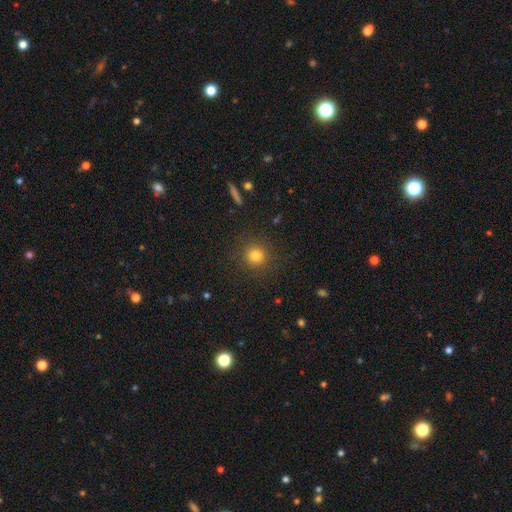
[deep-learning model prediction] This appears to be a smooth galaxy with no disk features (80%) that is round (93%). Merging: none (89%).